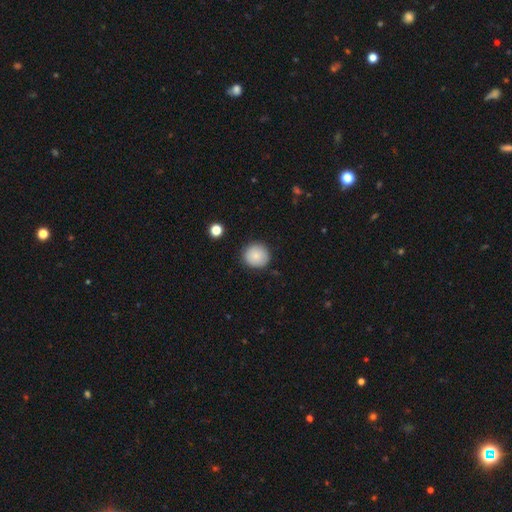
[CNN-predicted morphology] A smooth galaxy with no disk features (85%) that is round (91%).

Vote fractions:
- Smooth or featured? smooth: 85% / star or artifact: 8% / featured or disk: 7%
- How rounded? round: 91% / in between: 8% / cigar-shaped: 1%
- Merging? none: 87% / minor disturbance: 9% / major disturbance: 2% / merger: 1%